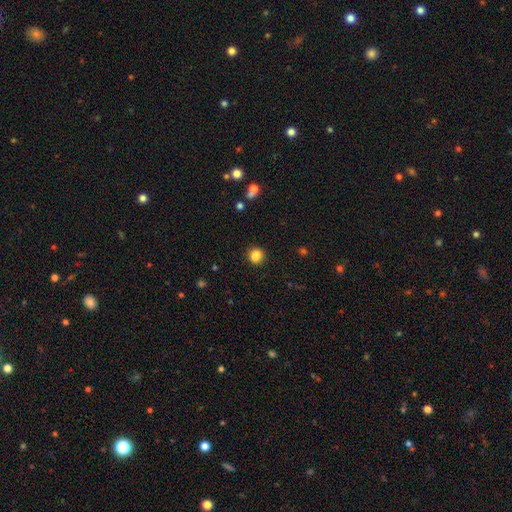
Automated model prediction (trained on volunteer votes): A smooth galaxy with no disk features (84%) that is round (84%). Merging: none (83%).